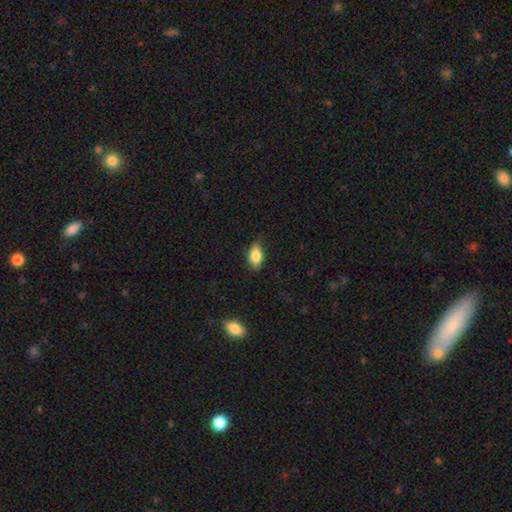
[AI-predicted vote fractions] Q: Smooth or featured?
A: smooth (82%); runner-up: featured or disk (10%)
Q: How rounded?
A: in between (87%); runner-up: cigar-shaped (8%)
Q: Merging?
A: none (80%); runner-up: minor disturbance (15%)